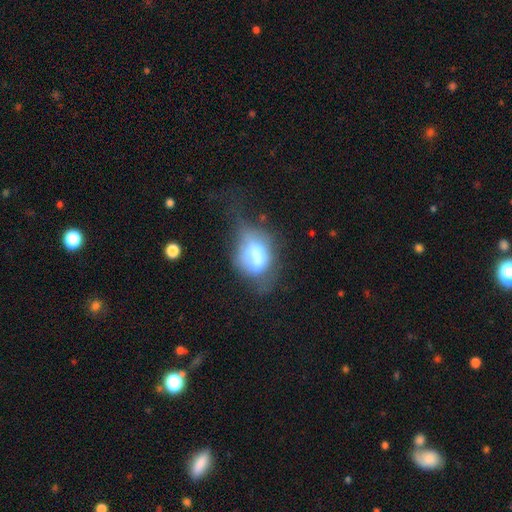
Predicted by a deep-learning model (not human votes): Smooth or featured: smooth — 58% (featured or disk — 31%)
How rounded: in between — 71% (round — 26%)
Merging: major disturbance — 40% (minor disturbance — 26%)